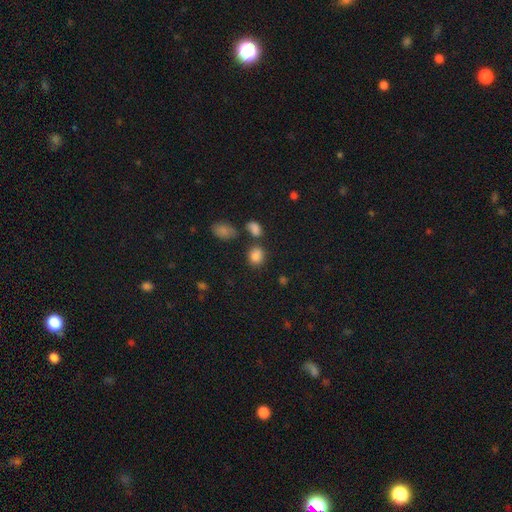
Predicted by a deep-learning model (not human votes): Overall: smooth (83%). How rounded: round (63%; in between 36%). Merging: none (67%).